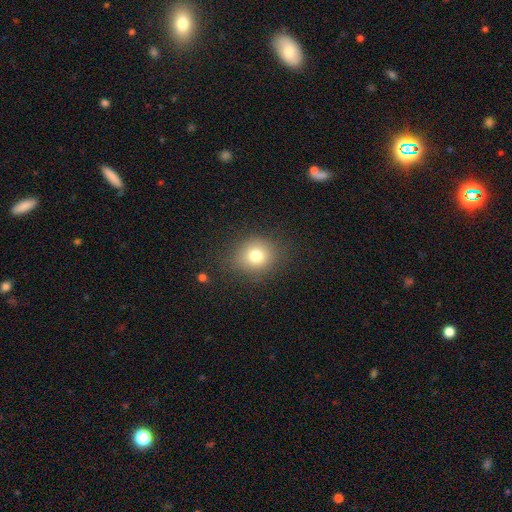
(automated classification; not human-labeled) Smooth or featured: smooth — 76% (star or artifact — 14%)
How rounded: round — 78% (in between — 21%)
Merging: none — 82% (minor disturbance — 12%)